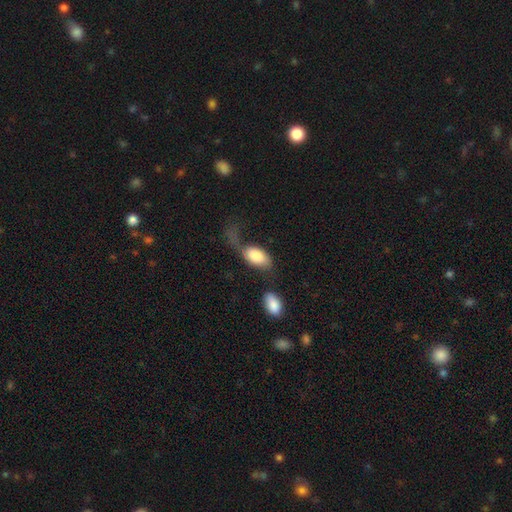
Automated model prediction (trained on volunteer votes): Smooth or featured? Predicted: smooth (p=0.72). How rounded? Predicted: in between (p=0.92). Merging? Predicted: major disturbance (p=0.43).